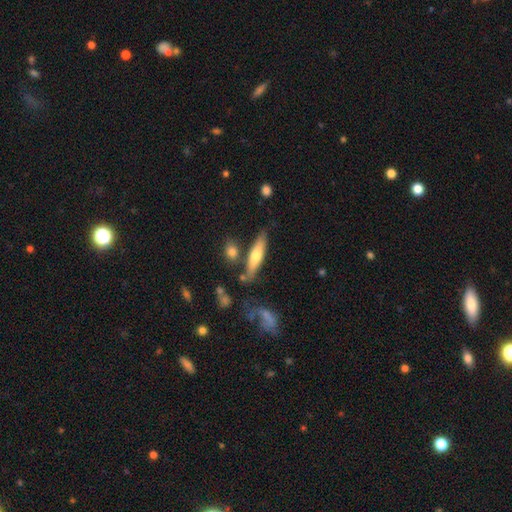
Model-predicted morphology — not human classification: Overall: smooth (57%; featured or disk 36%). How rounded: cigar-shaped (73%). Merging: none (70%).